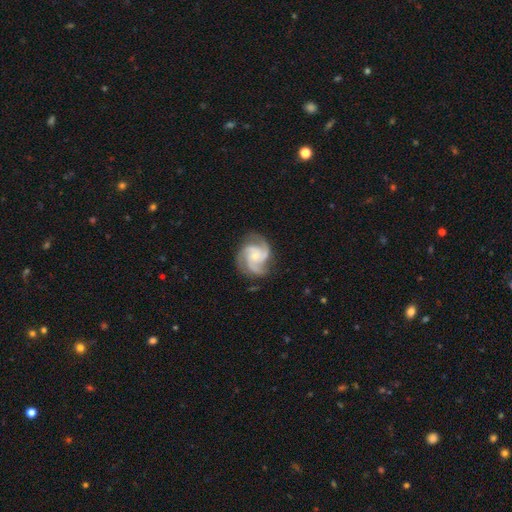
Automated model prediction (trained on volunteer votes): This appears to be a featured or disk galaxy (90%) with no bar (72%), 3 (77%) medium (53%) spiral arms (98%) and a small central bulge (64%). Merging: none (78%).